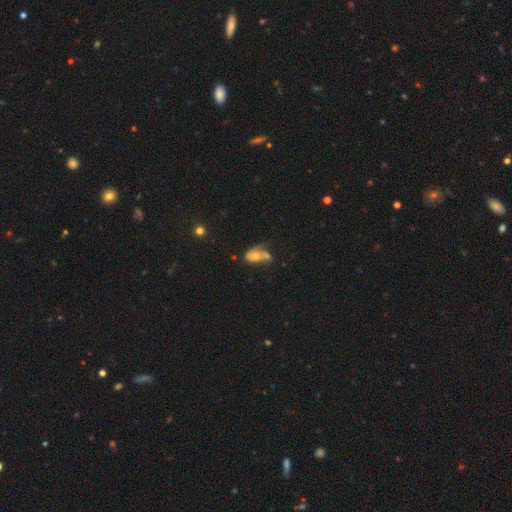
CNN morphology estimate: A smooth galaxy with no disk features (53%) that is in between round and cigar-shaped (85%). Merging: merger (43%).